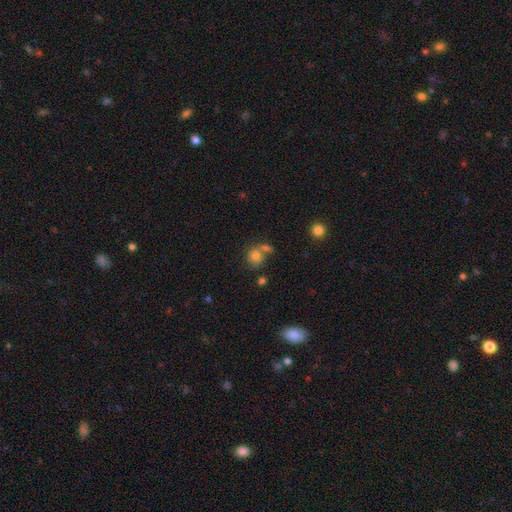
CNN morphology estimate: smooth_or_featured: smooth (p=0.73) [alt: featured or disk p=0.15]
how_rounded: round (p=0.74) [alt: in between p=0.25]
merging: none (p=0.45) [alt: merger p=0.35]